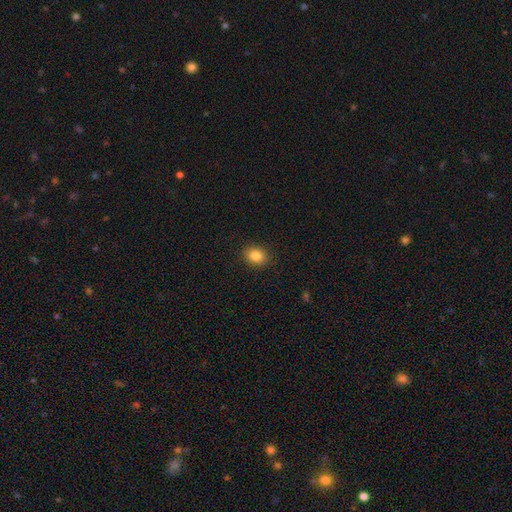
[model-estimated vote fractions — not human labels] Smooth or featured? smooth (85%)
How rounded? in between (51%)
Merging? none (89%)